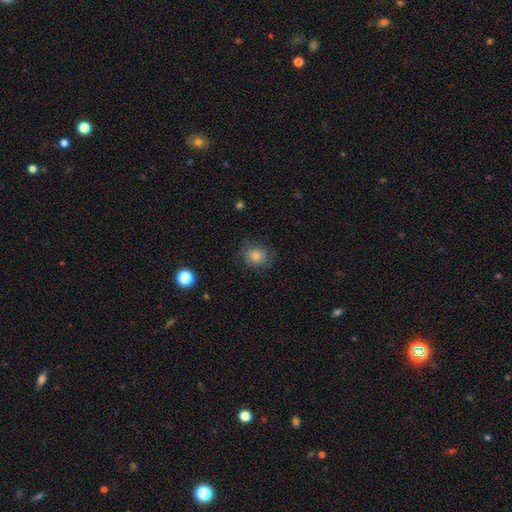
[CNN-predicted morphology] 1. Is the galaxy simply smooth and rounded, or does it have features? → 53% smooth, 32% featured or disk, 16% star or artifact.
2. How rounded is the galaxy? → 80% round, 19% in between, 1% cigar-shaped.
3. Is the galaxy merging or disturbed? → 76% none, 16% minor disturbance, 7% major disturbance, 1% merger.